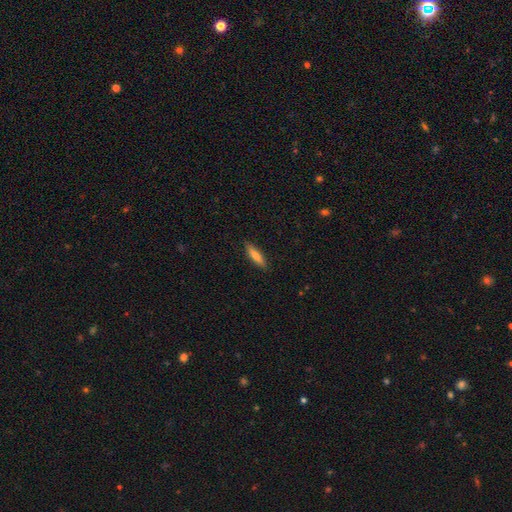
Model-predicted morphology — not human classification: smooth_or_featured: smooth (p=0.72) [alt: featured or disk p=0.22]
how_rounded: cigar-shaped (p=0.71) [alt: in between p=0.27]
merging: none (p=0.88) [alt: minor disturbance p=0.09]